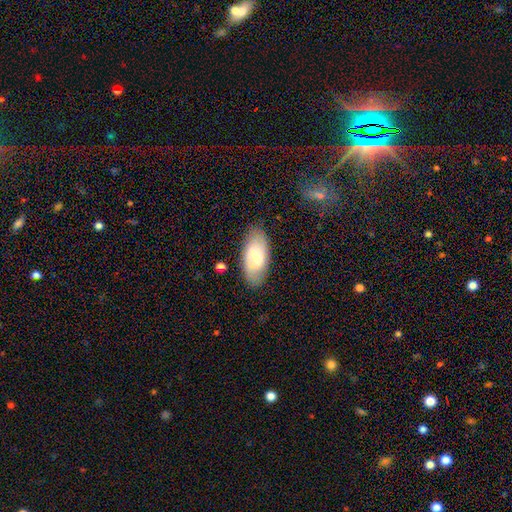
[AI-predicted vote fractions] smooth 64%, featured or disk 29%, star or artifact 7%. Down the decision tree: how rounded — in between (92%); merging — none (76%).